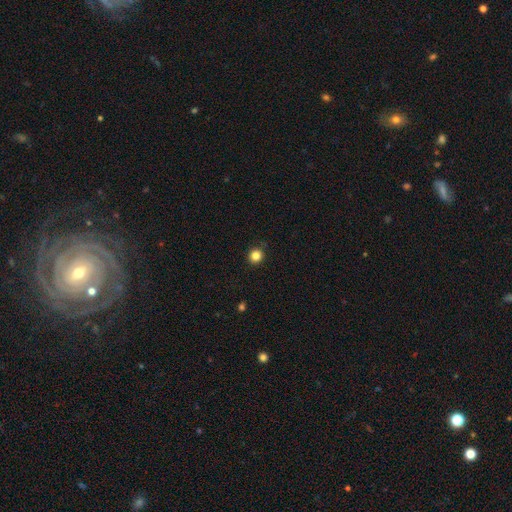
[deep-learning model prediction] A smooth galaxy with no disk features (84%) that is round (93%). Merging: none (90%).